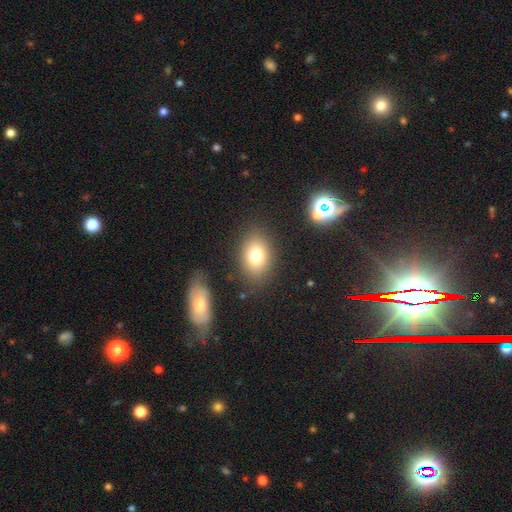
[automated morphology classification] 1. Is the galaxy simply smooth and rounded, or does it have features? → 77% smooth, 12% featured or disk, 11% star or artifact.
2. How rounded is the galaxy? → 72% in between, 27% round, 1% cigar-shaped.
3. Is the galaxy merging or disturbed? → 81% none, 11% minor disturbance, 4% major disturbance, 4% merger.